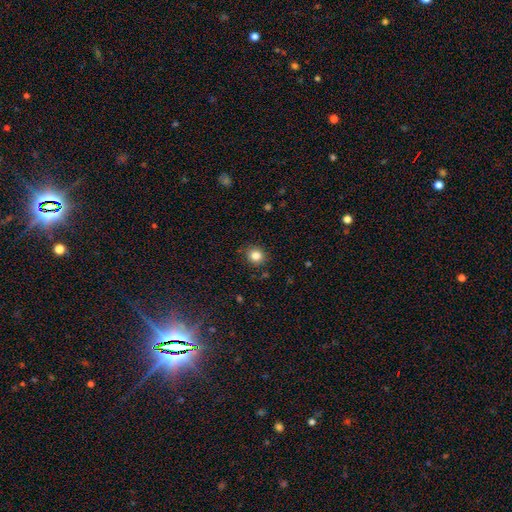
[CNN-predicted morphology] Smooth or featured? smooth (84%)
How rounded? round (79%)
Merging? none (88%)